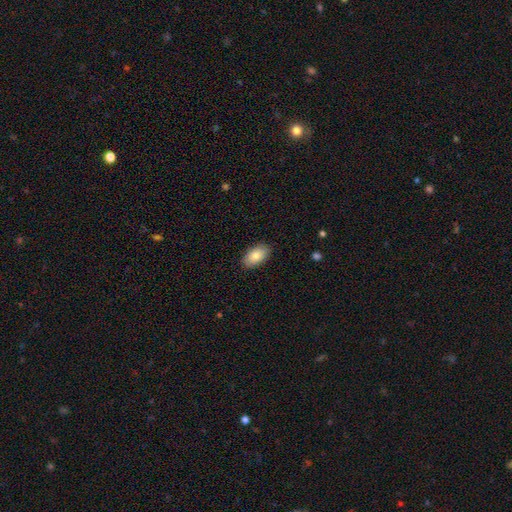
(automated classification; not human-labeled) smooth-or-featured: smooth: 85% | featured or disk: 8% | star or artifact: 6%
  how-rounded: in between: 94% | round: 4% | cigar-shaped: 2%
  merging: none: 87% | minor disturbance: 10% | major disturbance: 2% | merger: 1%